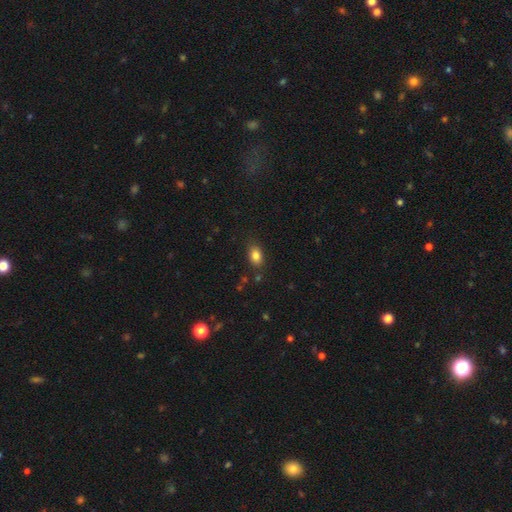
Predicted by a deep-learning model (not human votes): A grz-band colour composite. It shows a smooth galaxy with no disk features (83%) that is in between round and cigar-shaped (83%). Merging: none (81%).